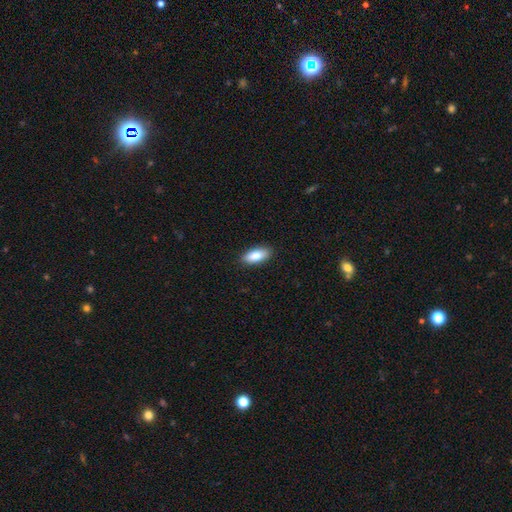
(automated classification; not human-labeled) The model was most divided on "how rounded": in between: 84%, cigar-shaped: 14%, round: 2%. More confident: merging — none (88%); smooth or featured — smooth (85%).